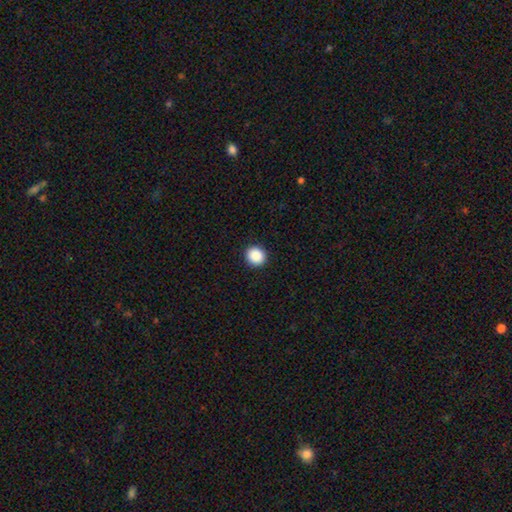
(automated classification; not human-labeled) This appears to be a smooth galaxy with no disk features (89%) that is round (88%). Merging: none (93%).